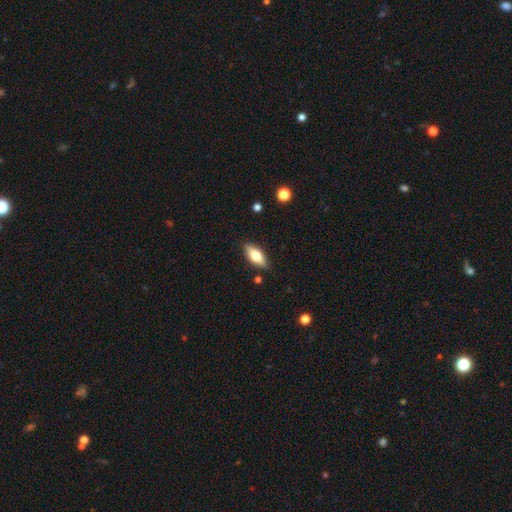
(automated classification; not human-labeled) Smooth or featured?
  - smooth: 67% *
  - featured or disk: 26%
  - star or artifact: 7%
How rounded?
  - in between: 80% *
  - cigar-shaped: 17%
  - round: 3%
Merging?
  - none: 85% *
  - minor disturbance: 11%
  - major disturbance: 2%
  - merger: 2%